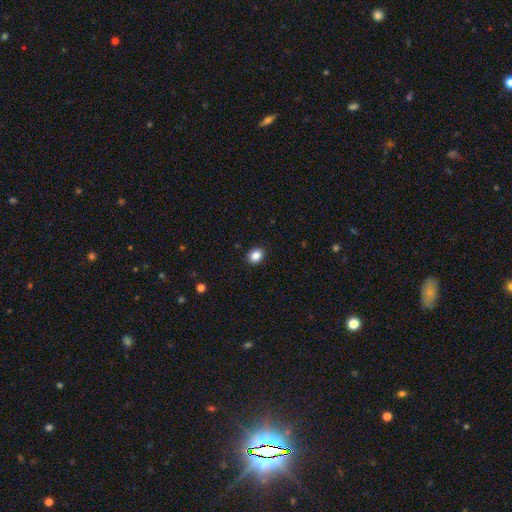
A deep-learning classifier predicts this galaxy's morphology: Smooth or featured?
  - smooth: 87% *
  - star or artifact: 9%
  - featured or disk: 4%
How rounded?
  - round: 51% *
  - in between: 48%
  - cigar-shaped: 1%
Merging?
  - none: 90% *
  - minor disturbance: 7%
  - major disturbance: 2%
  - merger: 1%